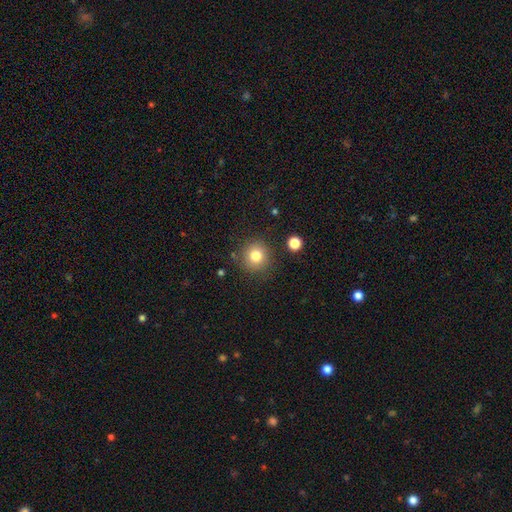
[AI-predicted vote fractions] Q: Smooth or featured?
A: smooth (80%); runner-up: star or artifact (12%)
Q: How rounded?
A: round (92%); runner-up: in between (7%)
Q: Merging?
A: none (85%); runner-up: minor disturbance (9%)